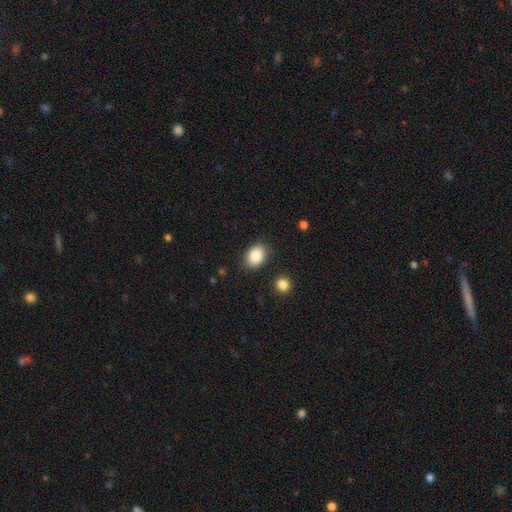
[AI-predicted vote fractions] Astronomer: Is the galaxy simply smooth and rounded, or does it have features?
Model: smooth — 86%.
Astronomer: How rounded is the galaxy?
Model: in between — 75%.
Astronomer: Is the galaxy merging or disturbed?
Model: none — 85%.